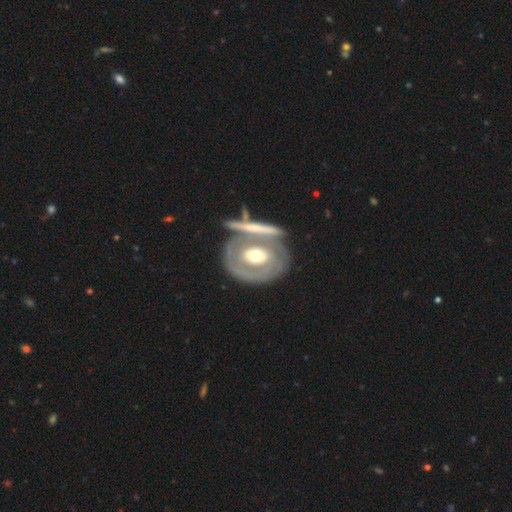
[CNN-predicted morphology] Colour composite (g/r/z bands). It shows a featured or disk galaxy (69%) with no bar (67%), no spiral arms (58%) and a moderate central bulge (69%). Merging: none (57%).